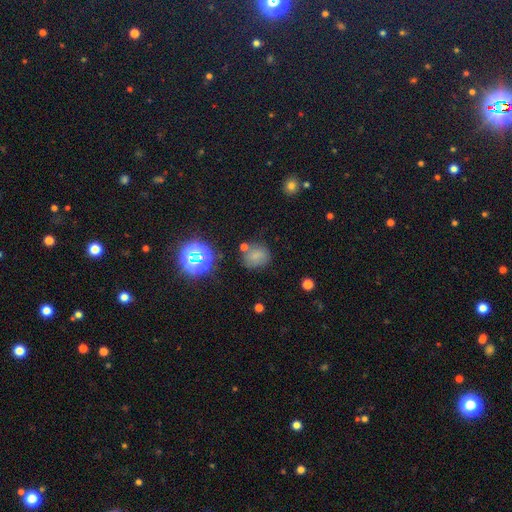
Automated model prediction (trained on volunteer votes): This appears to be a smooth galaxy with no disk features (69%) that is round (74%). Merging: none (69%).